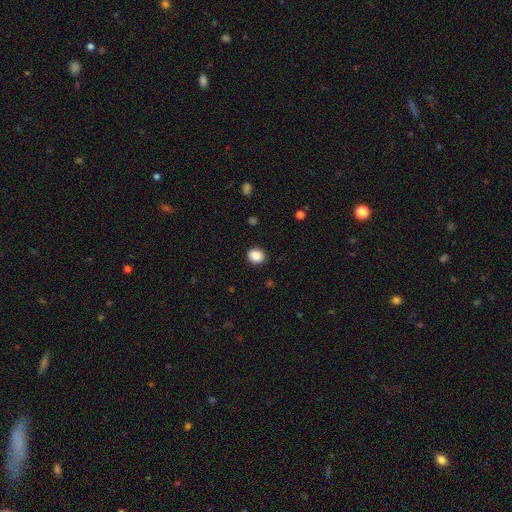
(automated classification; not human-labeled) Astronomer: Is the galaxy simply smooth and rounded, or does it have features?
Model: smooth — 89%.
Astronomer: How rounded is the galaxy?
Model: round — 66%.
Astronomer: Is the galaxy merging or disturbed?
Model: none — 90%.